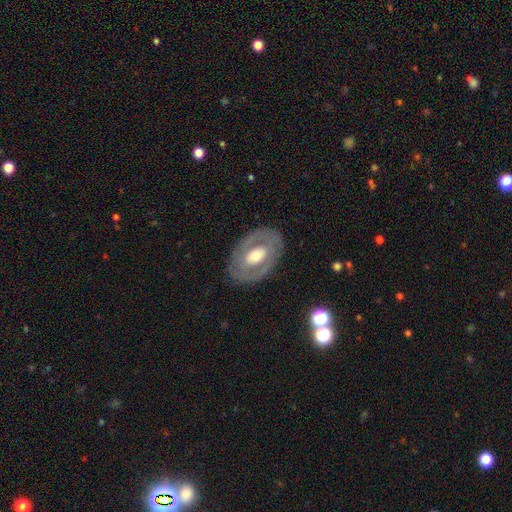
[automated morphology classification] Smooth or featured? Predicted: featured or disk (p=0.67). Edge-on disk? Predicted: no (p=0.93). Bar? Predicted: no (p=0.49). Spiral arms? Predicted: no (p=0.63). Bulge size? Predicted: moderate (p=0.65). Merging? Predicted: none (p=0.81).